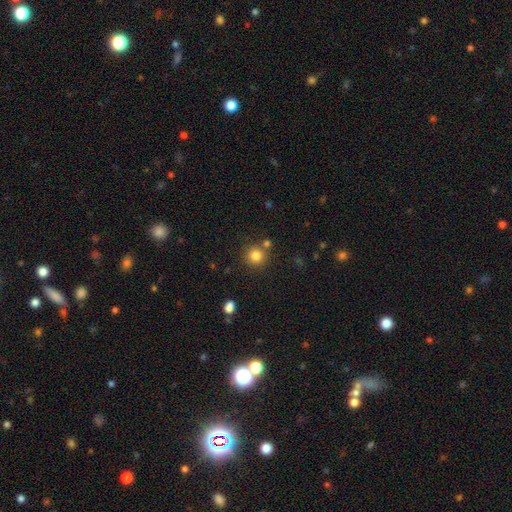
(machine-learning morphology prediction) type=smooth (83%); roundness=round (93%); merging=none (79%).